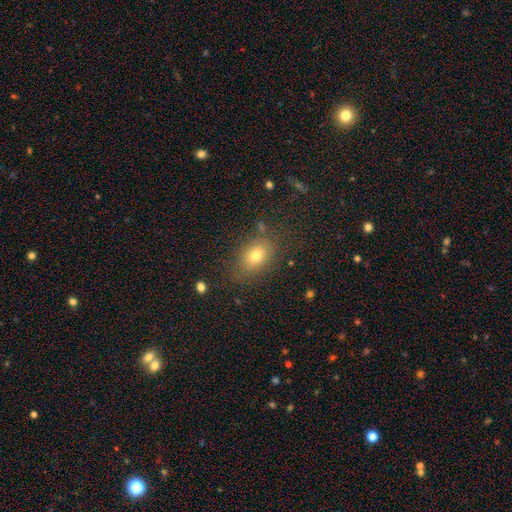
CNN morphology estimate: A smooth galaxy with no disk features (73%) that is in between round and cigar-shaped (72%).

Vote fractions:
- Smooth or featured? smooth: 73% / star or artifact: 14% / featured or disk: 13%
- How rounded? in between: 72% / round: 26% / cigar-shaped: 2%
- Merging? none: 79% / minor disturbance: 13% / major disturbance: 5% / merger: 3%